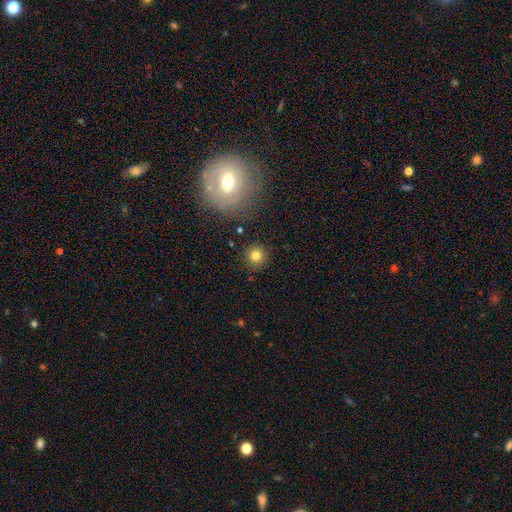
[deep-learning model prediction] A smooth galaxy with no disk features (80%) that is round (94%). Merging: none (88%).